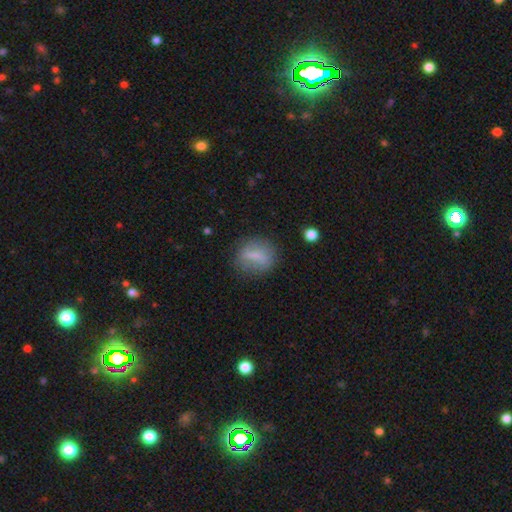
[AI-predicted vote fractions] smooth-or-featured: smooth: 61% | featured or disk: 29% | star or artifact: 9%
  how-rounded: round: 54% | in between: 39% | cigar-shaped: 7%
  merging: none: 75% | minor disturbance: 16% | major disturbance: 7% | merger: 2%